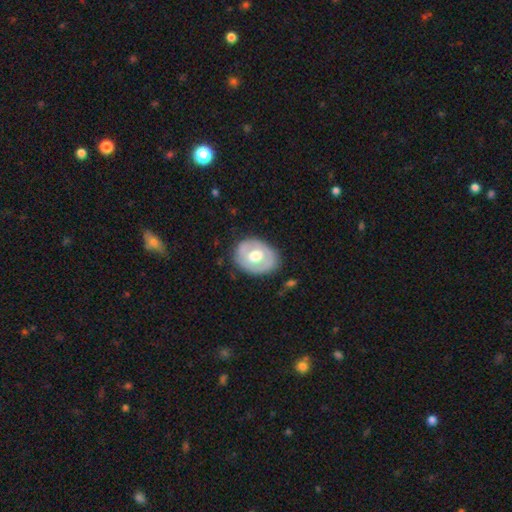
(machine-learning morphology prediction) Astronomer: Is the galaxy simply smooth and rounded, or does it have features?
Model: featured or disk — 48% (runner-up: smooth, 47%).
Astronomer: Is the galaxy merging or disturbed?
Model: none — 79%.